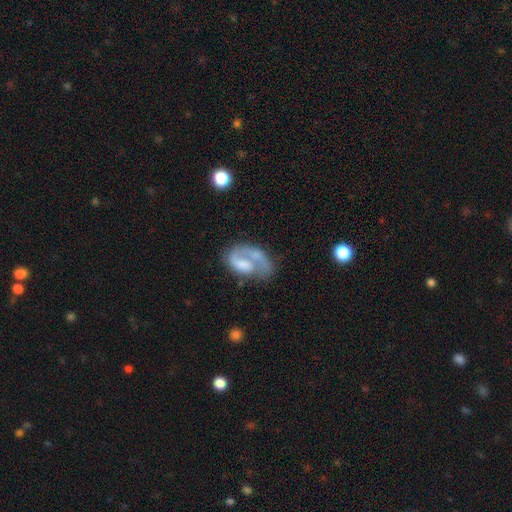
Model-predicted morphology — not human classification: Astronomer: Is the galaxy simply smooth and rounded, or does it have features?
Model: featured or disk — 67%.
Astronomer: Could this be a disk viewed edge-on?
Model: no — 98%.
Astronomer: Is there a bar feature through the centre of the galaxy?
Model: no — 63%.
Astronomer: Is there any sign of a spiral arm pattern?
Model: yes — 79%.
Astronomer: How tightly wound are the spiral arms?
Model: medium — 35%, tied with tight at 35%.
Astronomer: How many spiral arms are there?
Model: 1 — 83%.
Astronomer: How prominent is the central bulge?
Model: none — 34% (runner-up: moderate, 29%).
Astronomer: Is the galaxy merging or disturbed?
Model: none — 38% (runner-up: major disturbance, 35%).